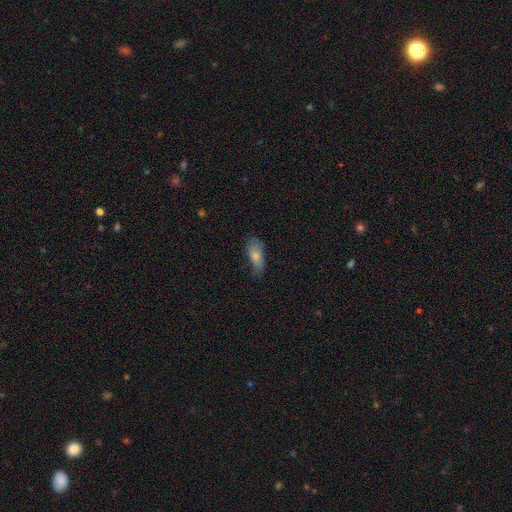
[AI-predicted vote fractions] A smooth galaxy with no disk features (75%) that is in between round and cigar-shaped (79%).

Vote fractions:
- Smooth or featured? smooth: 75% / featured or disk: 17% / star or artifact: 7%
- How rounded? in between: 79% / cigar-shaped: 19% / round: 3%
- Merging? none: 56% / minor disturbance: 32% / major disturbance: 10% / merger: 2%